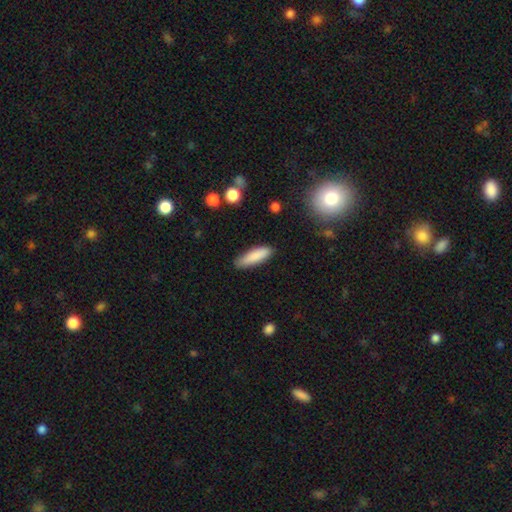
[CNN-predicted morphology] A smooth galaxy with no disk features (86%) that is cigar-shaped (64%).

Vote fractions:
- Smooth or featured? smooth: 86% / featured or disk: 8% / star or artifact: 6%
- How rounded? cigar-shaped: 64% / in between: 34% / round: 2%
- Merging? none: 85% / minor disturbance: 11% / major disturbance: 2% / merger: 1%